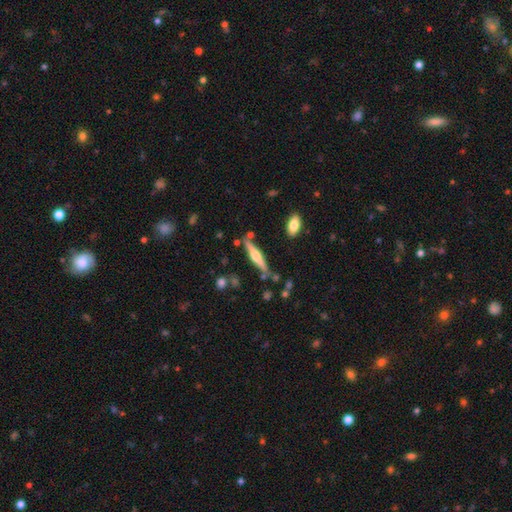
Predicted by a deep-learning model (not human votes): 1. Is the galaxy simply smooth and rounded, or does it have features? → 62% featured or disk, 32% smooth, 6% star or artifact.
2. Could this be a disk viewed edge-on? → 97% yes, 3% no.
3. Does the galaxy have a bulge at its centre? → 86% rounded, 8% boxy, 6% none.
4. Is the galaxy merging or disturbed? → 79% none, 12% minor disturbance, 6% merger, 3% major disturbance.